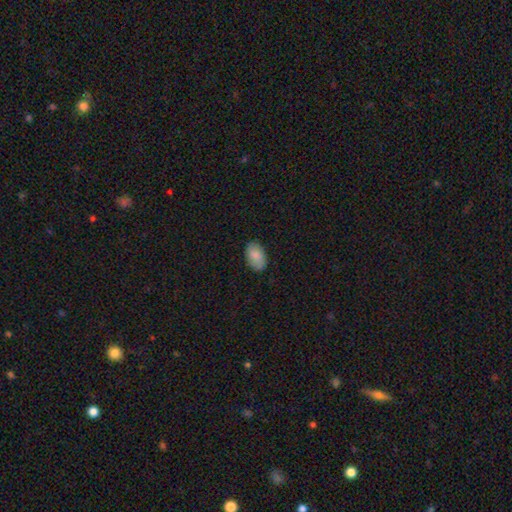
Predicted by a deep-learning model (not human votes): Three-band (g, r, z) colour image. It shows a smooth galaxy with no disk features (85%) that is in between round and cigar-shaped (92%). Merging: none (82%).